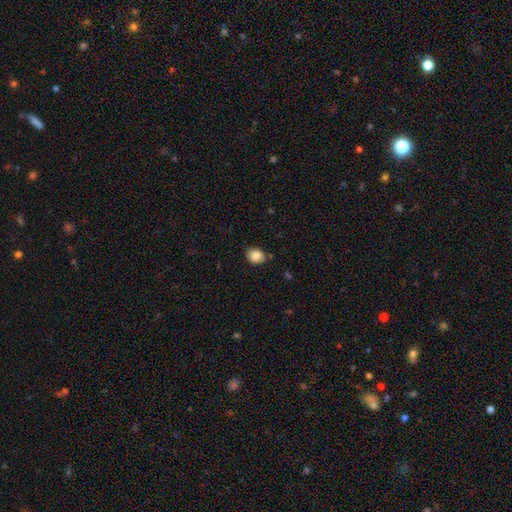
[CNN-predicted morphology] This appears to be a smooth galaxy with no disk features (87%) that is round (56%). Merging: none (79%).